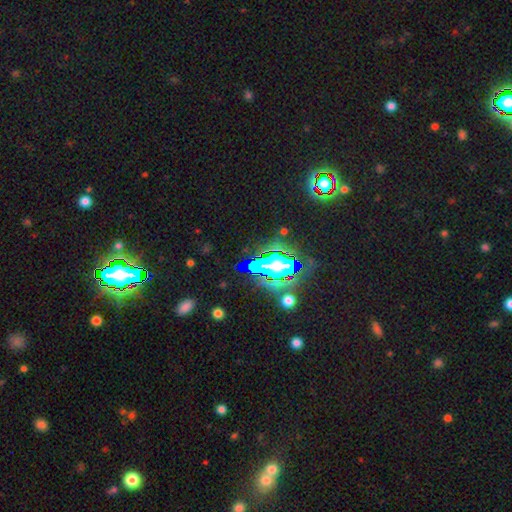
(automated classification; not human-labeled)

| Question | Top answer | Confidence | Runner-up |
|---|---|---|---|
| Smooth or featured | star or artifact | 68% | smooth (17%) |